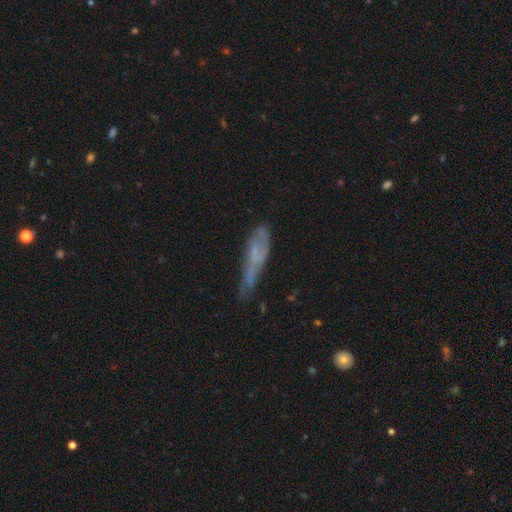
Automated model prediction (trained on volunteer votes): Smooth or featured: smooth — 44% (tied with featured or disk — 44%)
Merging: none — 44% (minor disturbance — 34%)